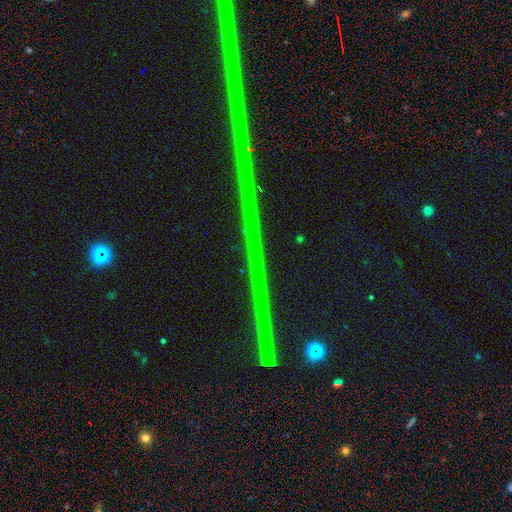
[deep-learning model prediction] A star or artifact, not a galaxy (87%).